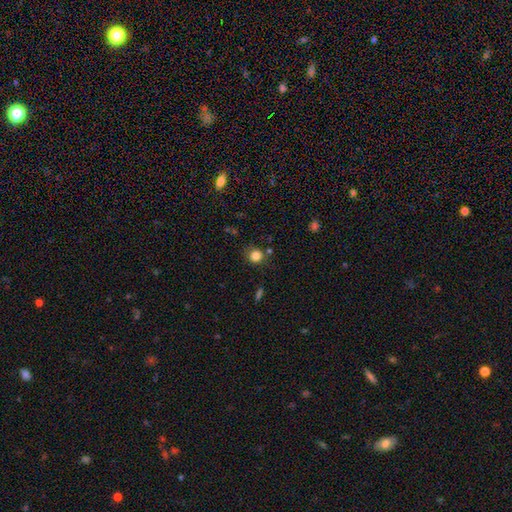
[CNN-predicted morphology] smooth 83%, star or artifact 12%, featured or disk 5%. Down the decision tree: how rounded — round (85%); merging — none (77%).